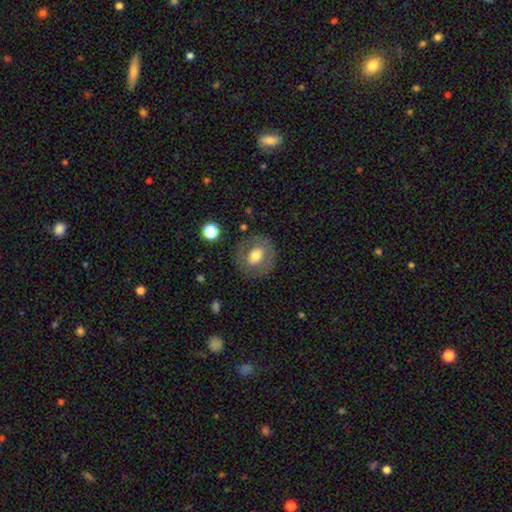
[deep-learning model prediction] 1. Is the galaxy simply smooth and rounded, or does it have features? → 51% smooth, 41% featured or disk, 7% star or artifact.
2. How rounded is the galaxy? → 65% round, 34% in between, 1% cigar-shaped.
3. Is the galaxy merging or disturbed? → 78% none, 13% minor disturbance, 7% major disturbance, 2% merger.